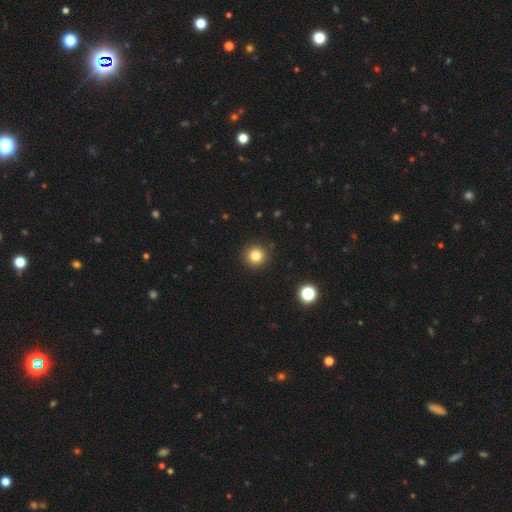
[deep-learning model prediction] The model was most divided on "smooth or featured": smooth: 81%, star or artifact: 13%, featured or disk: 6%. More confident: how rounded — round (95%); merging — none (92%).